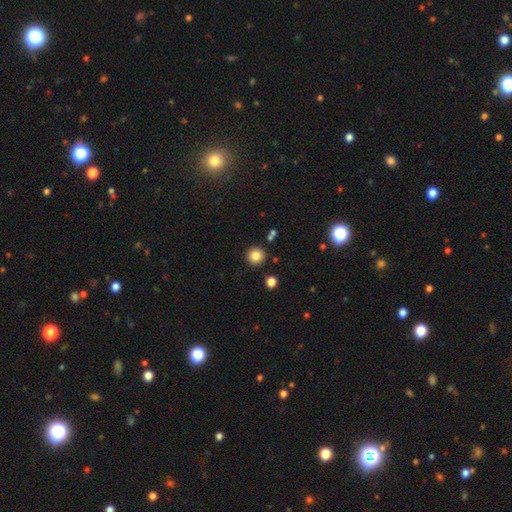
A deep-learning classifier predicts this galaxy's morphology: A smooth galaxy with no disk features (84%) that is round (95%).

Vote fractions:
- Smooth or featured? smooth: 84% / star or artifact: 11% / featured or disk: 6%
- How rounded? round: 95% / in between: 5% / cigar-shaped: 1%
- Merging? none: 89% / minor disturbance: 6% / merger: 3% / major disturbance: 2%